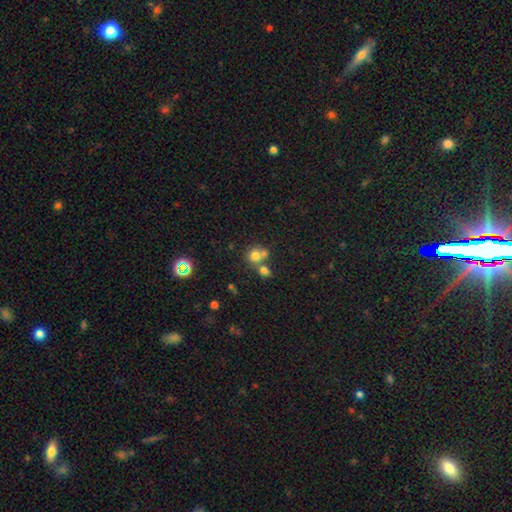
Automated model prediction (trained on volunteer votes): smooth-or-featured: smooth: 72% | star or artifact: 15% | featured or disk: 13%
  how-rounded: round: 80% | in between: 19% | cigar-shaped: 1%
  merging: merger: 46% | none: 42% | minor disturbance: 8% | major disturbance: 4%